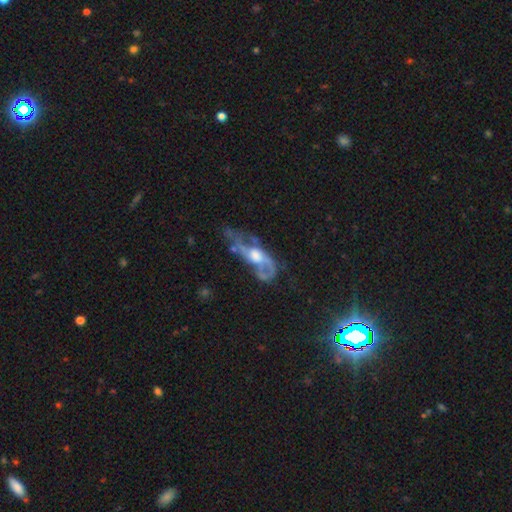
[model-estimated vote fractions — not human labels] Smooth or featured?
  - featured or disk: 75% *
  - smooth: 16%
  - star or artifact: 9%
Edge-on disk?
  - no: 83% *
  - yes: 17%
Bar?
  - no: 67% *
  - weak: 25%
  - strong: 8%
Spiral arms?
  - yes: 73% *
  - no: 27%
Bulge size?
  - moderate: 57% *
  - large: 25%
  - small: 11%
  - none: 4%
  - dominant: 2%
Merging?
  - major disturbance: 38% *
  - none: 34%
  - minor disturbance: 22%
  - merger: 6%